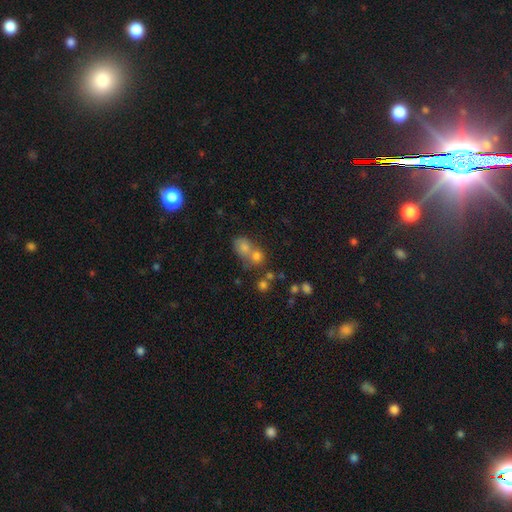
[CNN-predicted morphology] Smooth or featured: smooth — 68% (star or artifact — 18%)
How rounded: round — 69% (in between — 30%)
Merging: merger — 49% (none — 39%)